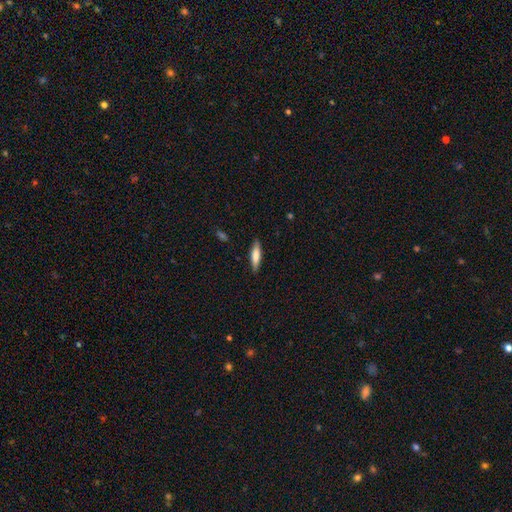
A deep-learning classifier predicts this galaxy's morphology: smooth_or_featured: smooth (p=0.73) [alt: featured or disk p=0.22]
how_rounded: cigar-shaped (p=0.72) [alt: in between p=0.27]
merging: none (p=0.88) [alt: minor disturbance p=0.09]